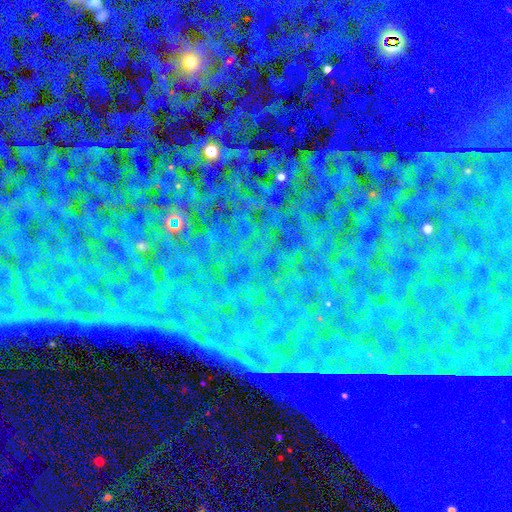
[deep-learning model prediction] Smooth or featured? Predicted: star or artifact (p=0.84).